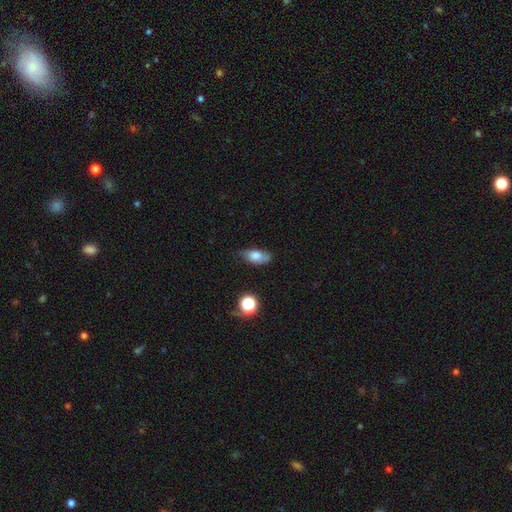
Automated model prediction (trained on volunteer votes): Smooth or featured? smooth (72%)
How rounded? in between (86%)
Merging? none (61%)